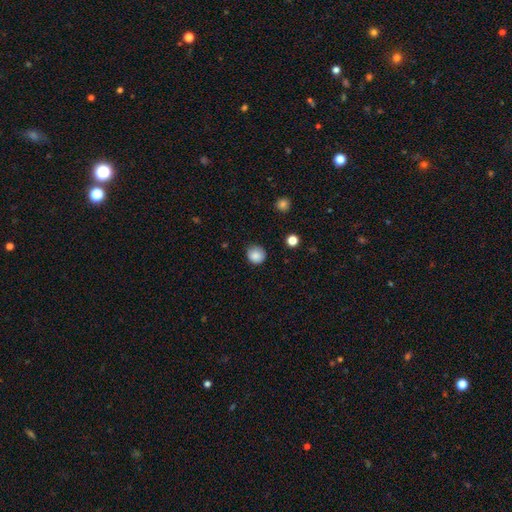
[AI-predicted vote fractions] Smooth or featured? Predicted: smooth (p=0.86). How rounded? Predicted: round (p=0.89). Merging? Predicted: none (p=0.81).